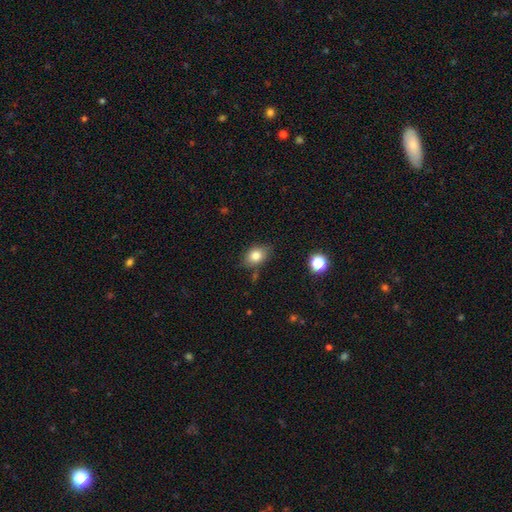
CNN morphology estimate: Smooth or featured? smooth (81%)
How rounded? in between (72%)
Merging? none (75%)